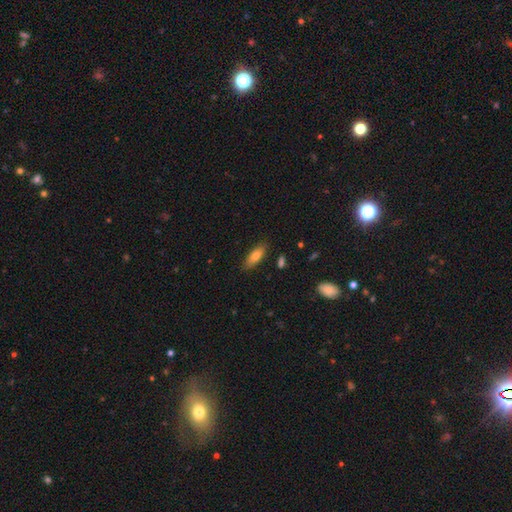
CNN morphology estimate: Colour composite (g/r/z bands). It shows a smooth galaxy with no disk features (75%) that is in between round and cigar-shaped (64%). Merging: none (85%).